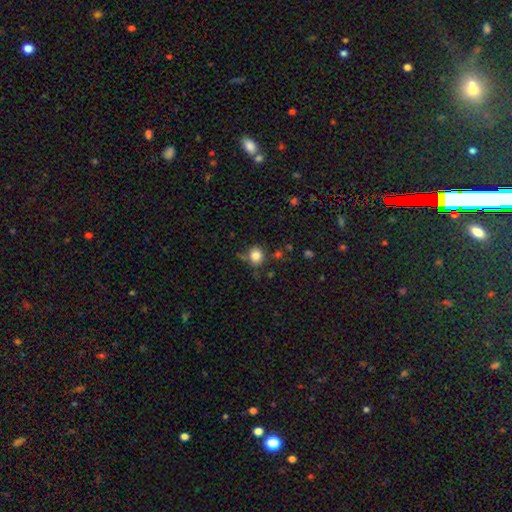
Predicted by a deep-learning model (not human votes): Morphology: type=smooth (82%); roundness=round (85%); merging=none (72%).